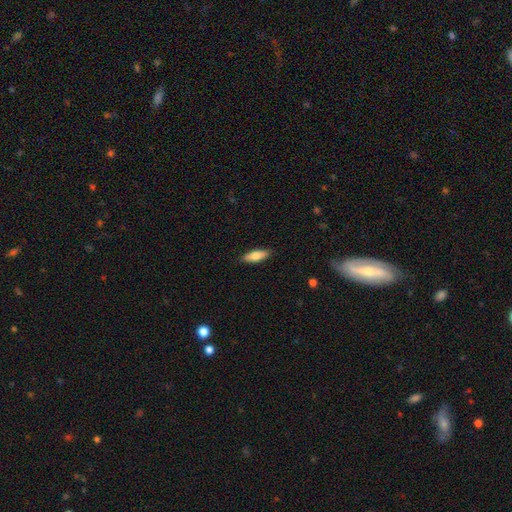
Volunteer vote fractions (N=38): This is clearly a smooth galaxy (82%). How rounded: likely in between (65%). Merging: clearly none (95%).